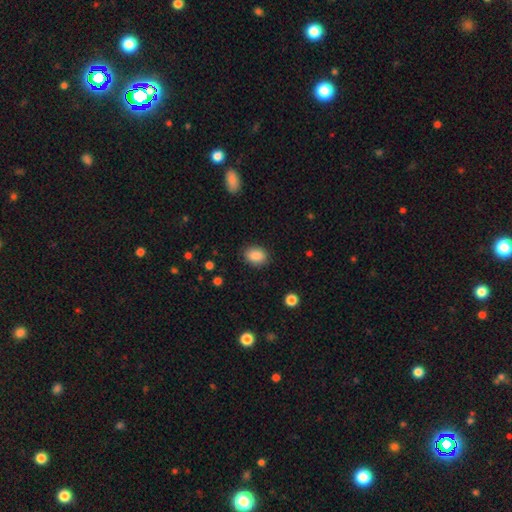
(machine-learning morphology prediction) Q: Smooth or featured?
A: smooth (88%); runner-up: star or artifact (8%)
Q: How rounded?
A: in between (71%); runner-up: round (27%)
Q: Merging?
A: none (86%); runner-up: minor disturbance (10%)